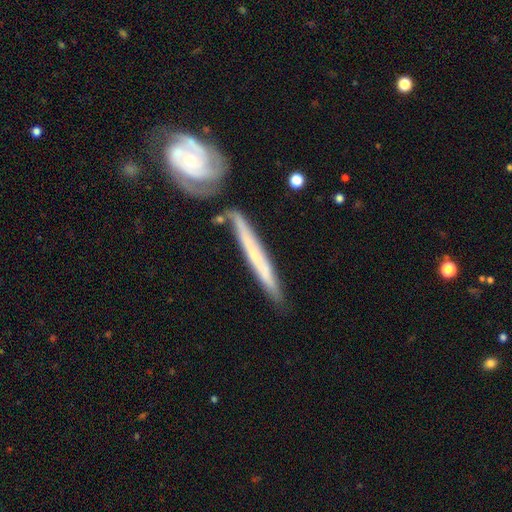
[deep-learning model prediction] Smooth or featured? featured or disk (58%)
Edge-on disk? yes (80%)
Merging? none (72%)